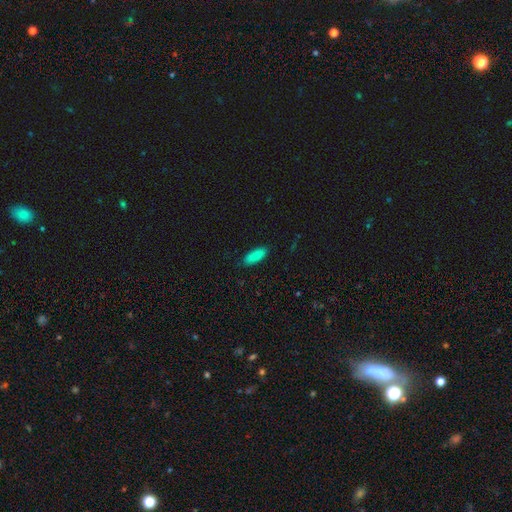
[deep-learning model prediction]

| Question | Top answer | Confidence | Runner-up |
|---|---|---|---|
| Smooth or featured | smooth | 88% | star or artifact (7%) |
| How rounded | in between | 68% | cigar-shaped (30%) |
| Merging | none | 85% | minor disturbance (12%) |